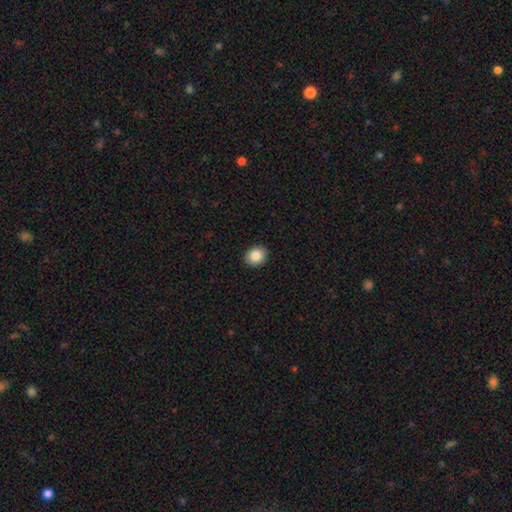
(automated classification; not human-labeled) Smooth or featured?
  - smooth: 86% *
  - star or artifact: 8%
  - featured or disk: 5%
How rounded?
  - round: 66% *
  - in between: 33%
  - cigar-shaped: 1%
Merging?
  - none: 92% *
  - minor disturbance: 6%
  - major disturbance: 2%
  - merger: 1%